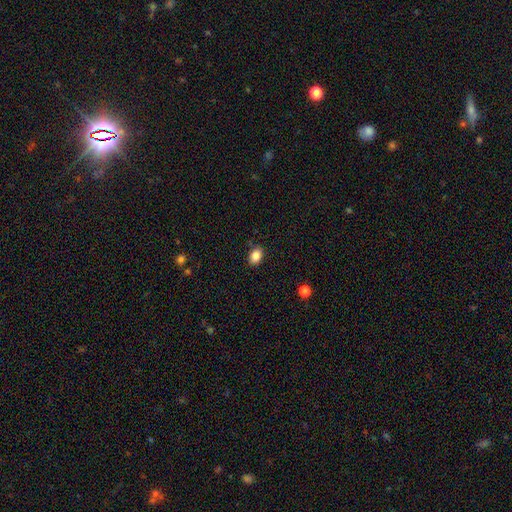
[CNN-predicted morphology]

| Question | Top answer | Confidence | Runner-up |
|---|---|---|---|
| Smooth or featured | smooth | 85% | star or artifact (9%) |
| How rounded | in between | 77% | round (22%) |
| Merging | none | 86% | minor disturbance (10%) |